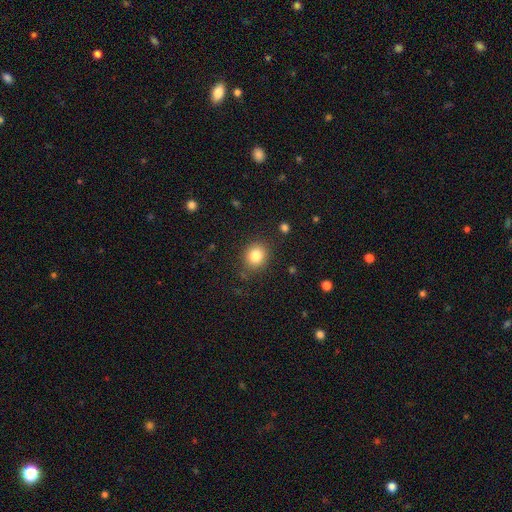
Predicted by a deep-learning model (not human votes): smooth 83%, star or artifact 11%, featured or disk 7%. Down the decision tree: how rounded — round (77%); merging — none (86%).